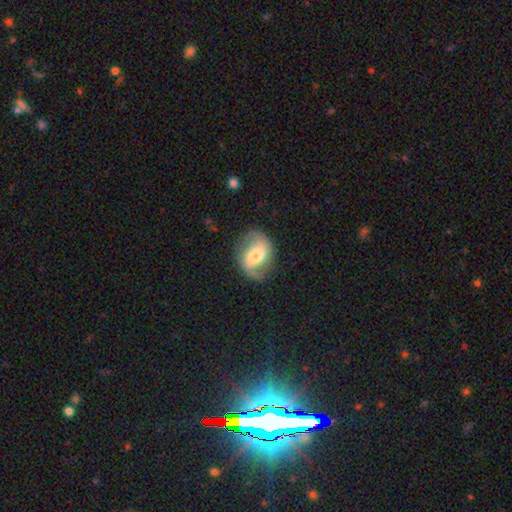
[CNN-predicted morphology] Overall: featured or disk (75%). Edge-on disk: no (97%). Bar: weak (40%; strong 32%). Spiral arms: yes (91%). Spiral arm count: 2 (91%). Spiral winding: loose (51%; medium 37%). Bulge size: moderate (55%; small 28%). Merging: none (80%).